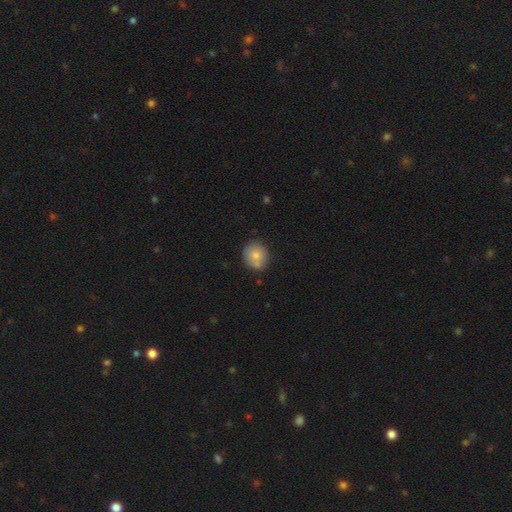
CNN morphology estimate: Overall: smooth (78%). How rounded: round (81%). Merging: none (73%).